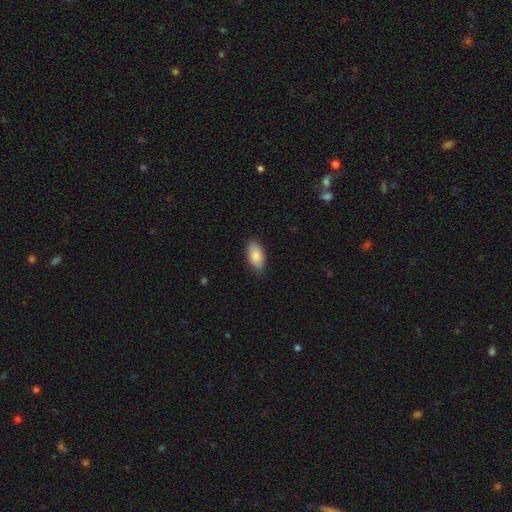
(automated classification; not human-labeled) Smooth or featured? Predicted: smooth (p=0.87). How rounded? Predicted: in between (p=0.94). Merging? Predicted: none (p=0.84).